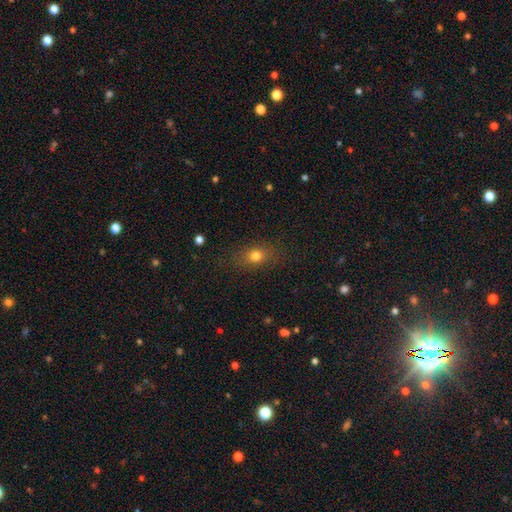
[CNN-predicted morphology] A smooth galaxy with no disk features (76%) that is in between round and cigar-shaped (64%). Merging: none (82%).